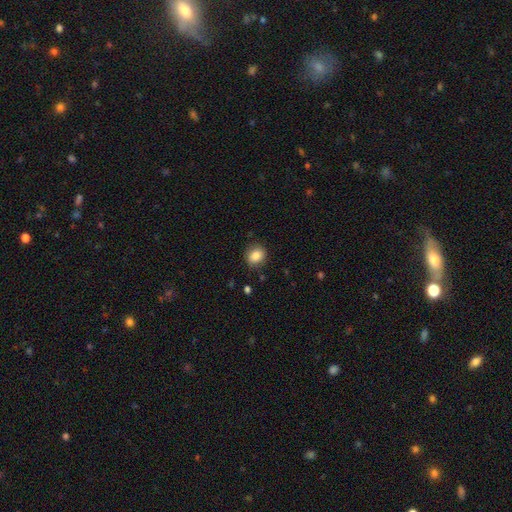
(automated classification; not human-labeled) Q: Smooth or featured?
A: smooth (85%); runner-up: star or artifact (9%)
Q: How rounded?
A: round (67%); runner-up: in between (32%)
Q: Merging?
A: none (84%); runner-up: minor disturbance (11%)